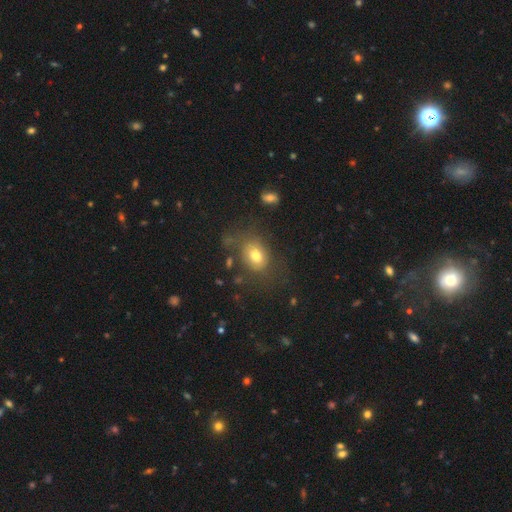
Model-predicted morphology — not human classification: Smooth or featured: smooth — 73% (featured or disk — 15%)
How rounded: in between — 60% (round — 39%)
Merging: none — 63% (minor disturbance — 20%)